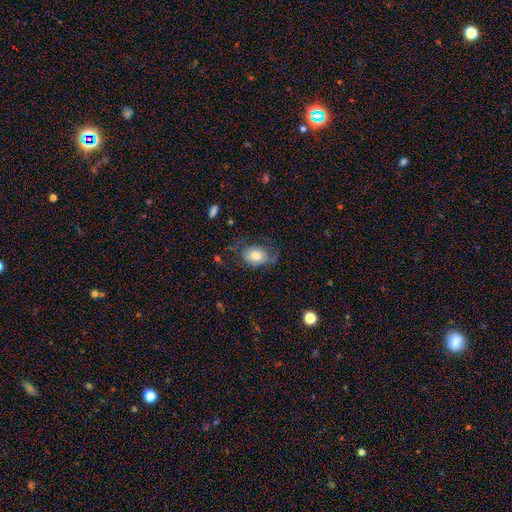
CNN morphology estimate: smooth-or-featured: smooth: 62% | featured or disk: 29% | star or artifact: 8%
  how-rounded: in between: 73% | round: 26% | cigar-shaped: 1%
  merging: none: 42% | major disturbance: 29% | minor disturbance: 28% | merger: 2%